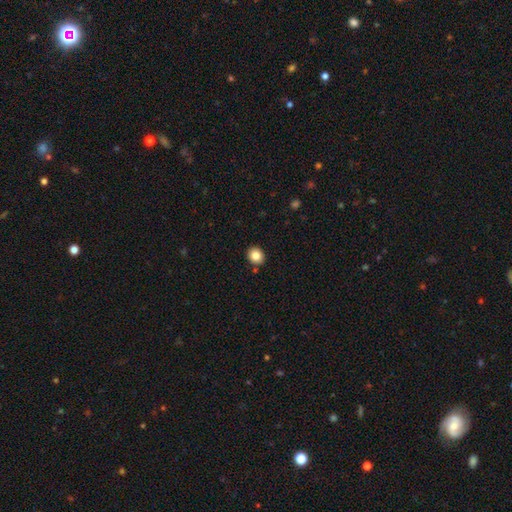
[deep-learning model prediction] smooth_or_featured: smooth (p=0.84) [alt: star or artifact p=0.10]
how_rounded: round (p=0.69) [alt: in between p=0.31]
merging: none (p=0.88) [alt: minor disturbance p=0.07]